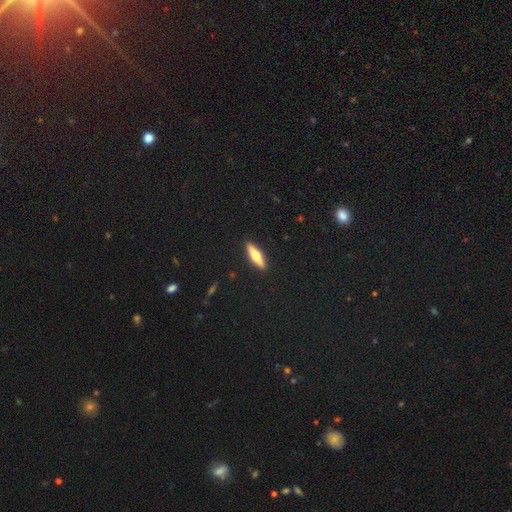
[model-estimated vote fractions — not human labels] A smooth galaxy with no disk features (50%).

Vote fractions:
- Smooth or featured? smooth: 50% / featured or disk: 44% / star or artifact: 6%
- Merging? none: 91% / minor disturbance: 6% / major disturbance: 2% / merger: 1%